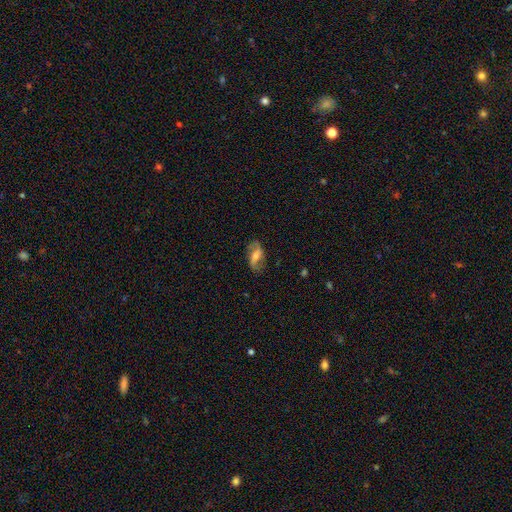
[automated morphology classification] Q: Smooth or featured?
A: featured or disk (71%); runner-up: smooth (22%)
Q: Edge-on disk?
A: no (94%); runner-up: yes (6%)
Q: Bar?
A: weak (42%); runner-up: strong (32%)
Q: Spiral arms?
A: yes (88%); runner-up: no (12%)
Q: Spiral winding?
A: loose (52%); runner-up: medium (35%)
Q: Spiral arm count?
A: 2 (89%); runner-up: can't tell (5%)
Q: Bulge size?
A: moderate (54%); runner-up: small (31%)
Q: Merging?
A: none (77%); runner-up: minor disturbance (15%)